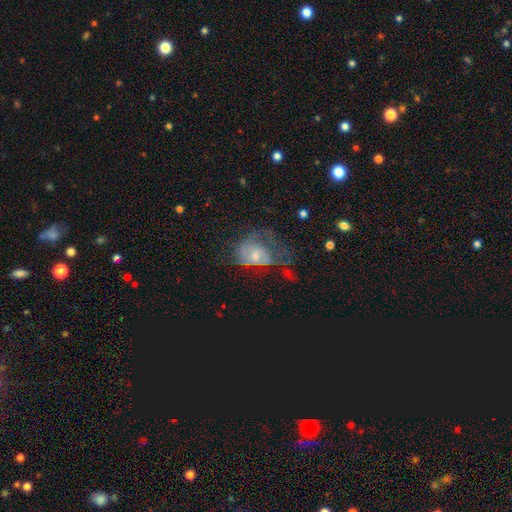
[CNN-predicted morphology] featured or disk 56%, smooth 27%, star or artifact 17%. Down the decision tree: edge-on disk — no (96%); bar — no (63%); spiral arms — yes (62%); bulge size — small (49%); merging — major disturbance (42%).